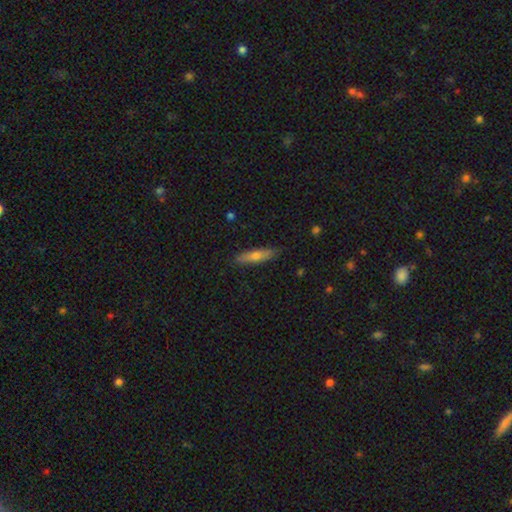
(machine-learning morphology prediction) A smooth galaxy with no disk features (63%) that is cigar-shaped (70%). Merging: none (84%).